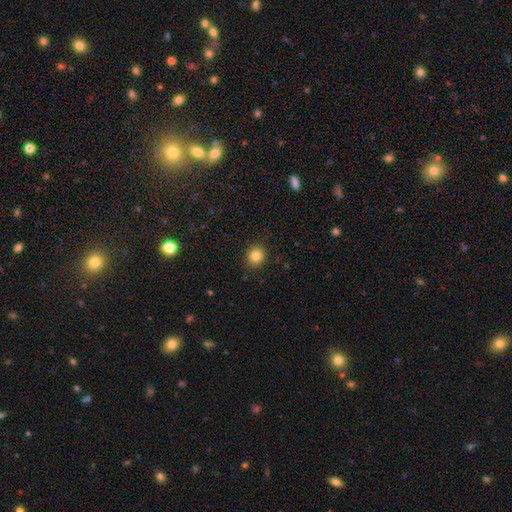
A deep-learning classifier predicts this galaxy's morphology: Smooth or featured: smooth — 85% (star or artifact — 11%)
How rounded: round — 83% (in between — 16%)
Merging: none — 89% (minor disturbance — 8%)